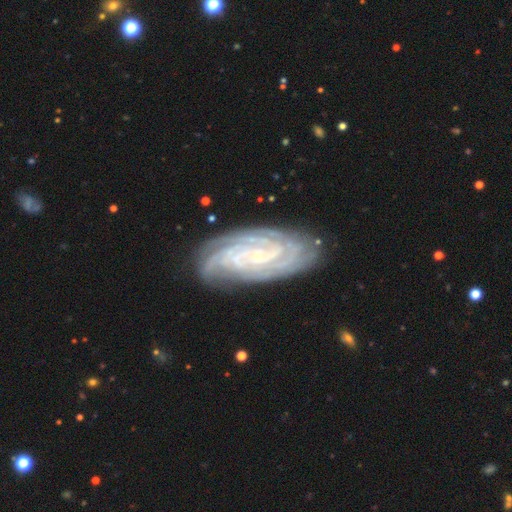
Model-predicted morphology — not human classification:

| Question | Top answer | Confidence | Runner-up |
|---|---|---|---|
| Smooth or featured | featured or disk | 87% | smooth (7%) |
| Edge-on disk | no | 94% | yes (6%) |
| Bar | no | 52% | weak (35%) |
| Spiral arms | yes | 98% | no (2%) |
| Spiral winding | tight | 77% | medium (19%) |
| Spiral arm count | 4 | 25% | tied: can't tell (25%) |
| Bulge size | small | 77% | moderate (13%) |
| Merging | none | 80% | minor disturbance (15%) |